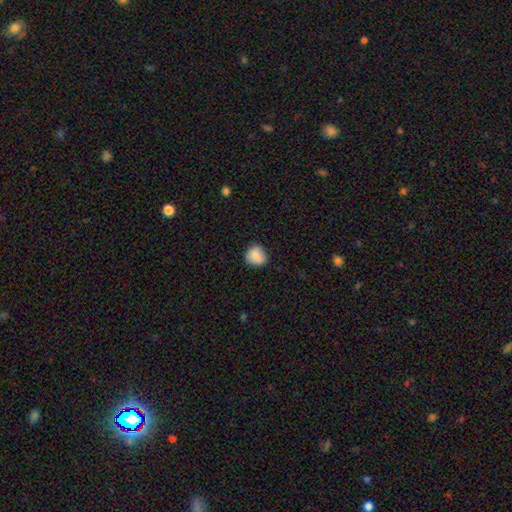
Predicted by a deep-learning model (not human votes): This appears to be a smooth galaxy with no disk features (86%) that is round (77%). Merging: none (79%).